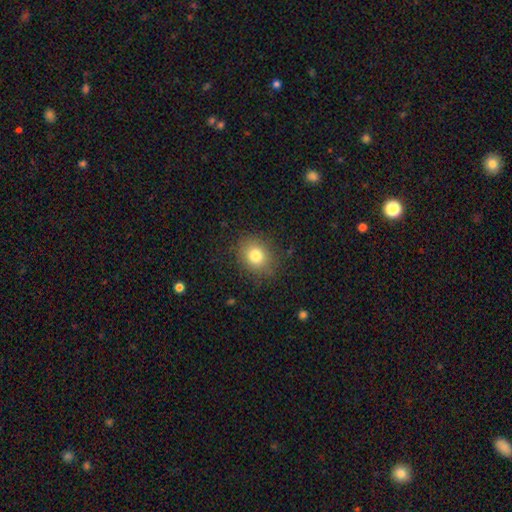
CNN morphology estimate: smooth_or_featured: smooth (p=0.80) [alt: star or artifact p=0.11]
how_rounded: round (p=0.61) [alt: in between p=0.38]
merging: none (p=0.83) [alt: minor disturbance p=0.12]